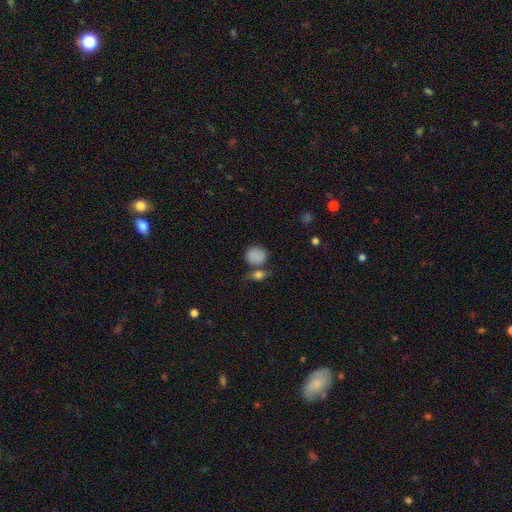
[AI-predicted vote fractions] The model was most divided on "merging": none: 54%, merger: 21%, minor disturbance: 17%, major disturbance: 7%. More confident: smooth or featured — smooth (82%); how rounded — round (72%).